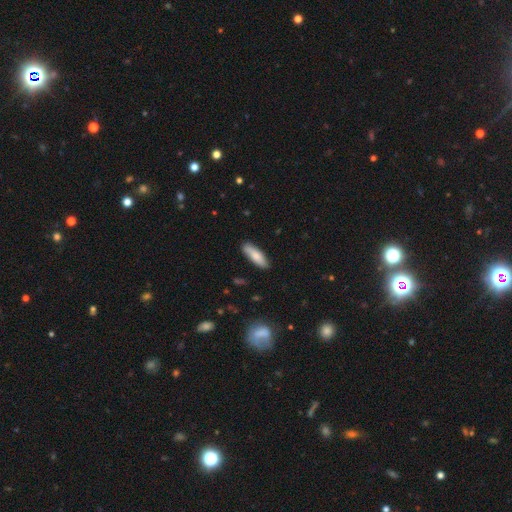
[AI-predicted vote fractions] Smooth or featured?
  - smooth: 80% *
  - featured or disk: 14%
  - star or artifact: 6%
How rounded?
  - cigar-shaped: 54% *
  - in between: 44%
  - round: 2%
Merging?
  - none: 84% *
  - minor disturbance: 13%
  - major disturbance: 2%
  - merger: 2%